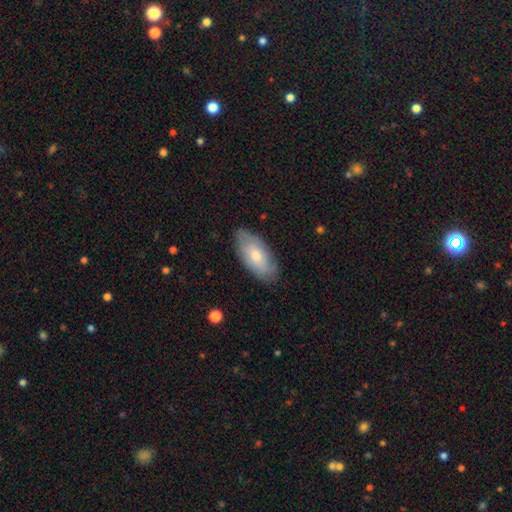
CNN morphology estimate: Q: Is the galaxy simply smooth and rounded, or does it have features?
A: smooth — 63%.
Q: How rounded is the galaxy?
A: in between — 90%.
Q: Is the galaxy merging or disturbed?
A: none — 82%.